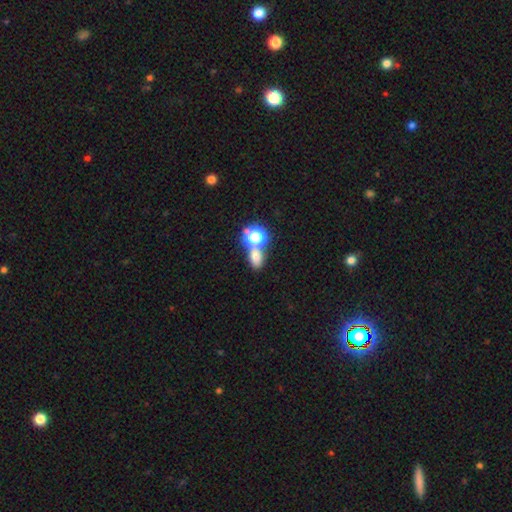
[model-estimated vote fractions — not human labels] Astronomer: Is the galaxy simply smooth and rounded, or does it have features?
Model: smooth — 66%.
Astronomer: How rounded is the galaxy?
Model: in between — 64%.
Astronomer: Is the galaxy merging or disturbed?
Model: none — 52% (runner-up: merger, 35%).